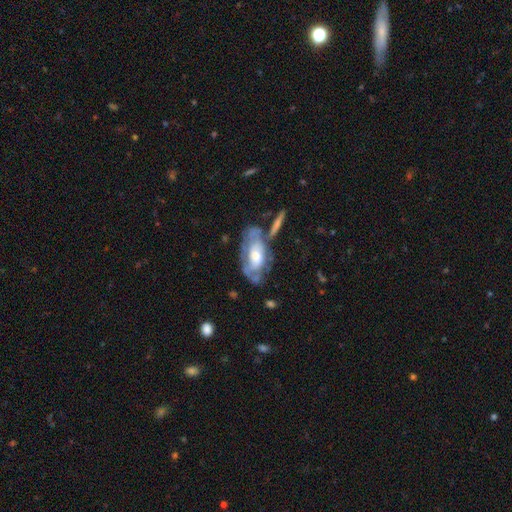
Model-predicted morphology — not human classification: smooth-or-featured: featured or disk: 69% | smooth: 25% | star or artifact: 6%
  disk-edge-on: no: 89% | yes: 11%
    bar: no: 70% | weak: 23% | strong: 8%
    has-spiral-arms: yes: 63% | no: 37%
    bulge-size: moderate: 54% | small: 23% | large: 19% | none: 2% | dominant: 2%
  merging: none: 48% | minor disturbance: 22% | major disturbance: 16% | merger: 14%